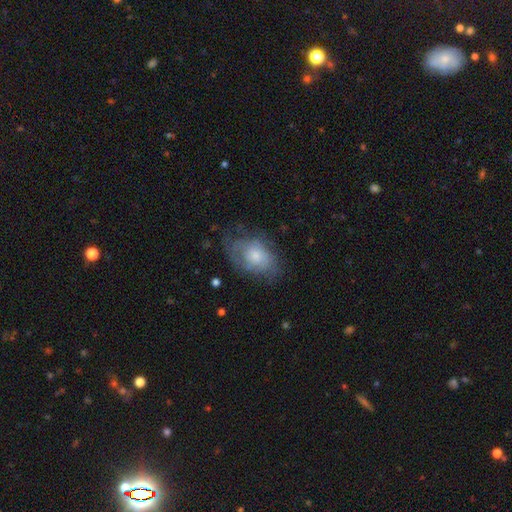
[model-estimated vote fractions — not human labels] Q: Smooth or featured?
A: smooth (54%); runner-up: featured or disk (38%)
Q: How rounded?
A: in between (81%); runner-up: round (18%)
Q: Merging?
A: none (51%); runner-up: minor disturbance (28%)